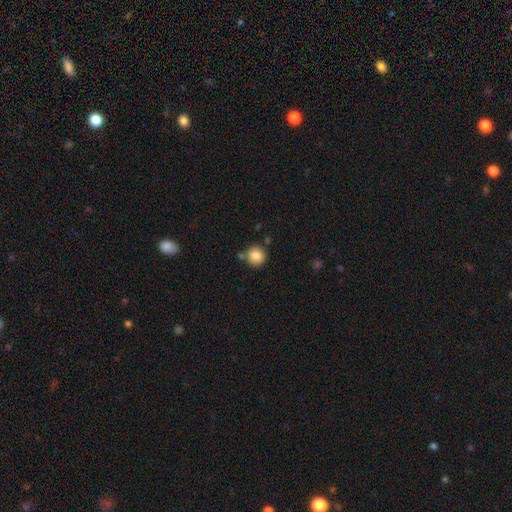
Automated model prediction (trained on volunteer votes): Smooth or featured?
  - smooth: 84% *
  - star or artifact: 10%
  - featured or disk: 7%
How rounded?
  - round: 93% *
  - in between: 6%
  - cigar-shaped: 1%
Merging?
  - none: 78% *
  - merger: 10%
  - minor disturbance: 9%
  - major disturbance: 3%